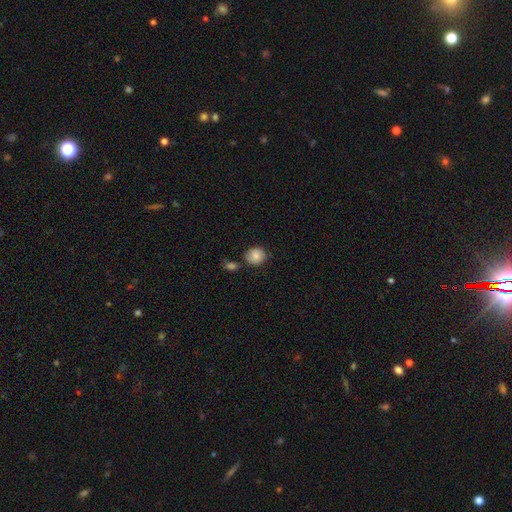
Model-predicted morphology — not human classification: A smooth galaxy with no disk features (84%) that is round (76%). Merging: none (71%).